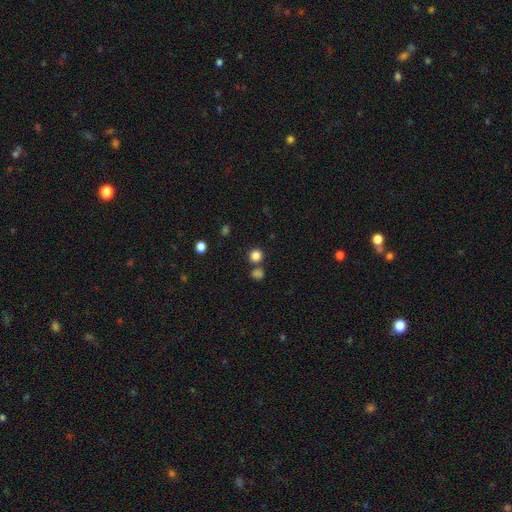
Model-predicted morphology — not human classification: Smooth or featured? smooth (83%)
How rounded? round (91%)
Merging? none (73%)